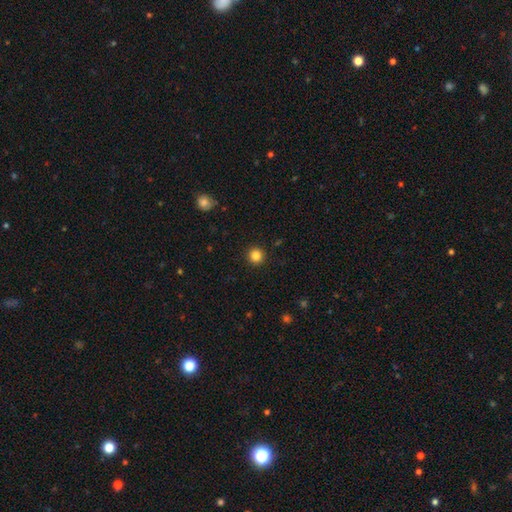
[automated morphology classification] Q: Smooth or featured?
A: smooth (85%); runner-up: star or artifact (12%)
Q: How rounded?
A: round (95%); runner-up: in between (4%)
Q: Merging?
A: none (93%); runner-up: minor disturbance (4%)